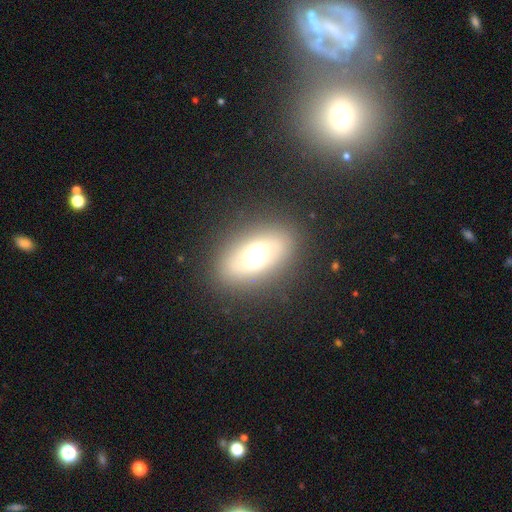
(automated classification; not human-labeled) featured or disk 44%, smooth 43%, star or artifact 13%. Down the decision tree: merging — none (83%).